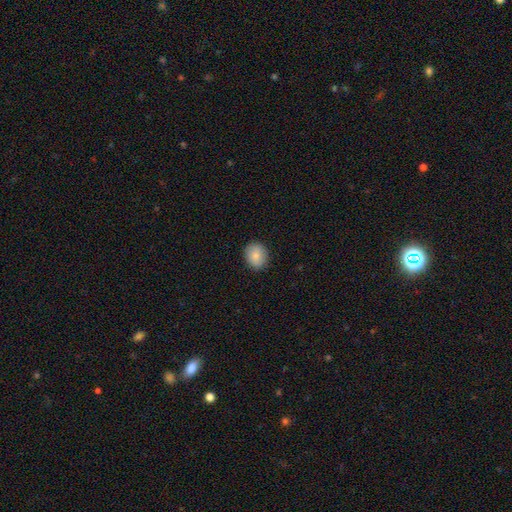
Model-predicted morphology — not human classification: This appears to be a smooth galaxy with no disk features (85%) that is round (62%). Merging: none (89%).